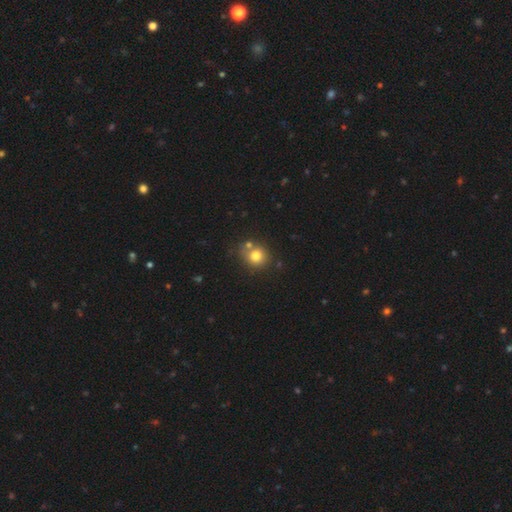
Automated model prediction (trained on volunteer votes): Smooth or featured? Predicted: smooth (p=0.78). How rounded? Predicted: round (p=0.80). Merging? Predicted: none (p=0.66).